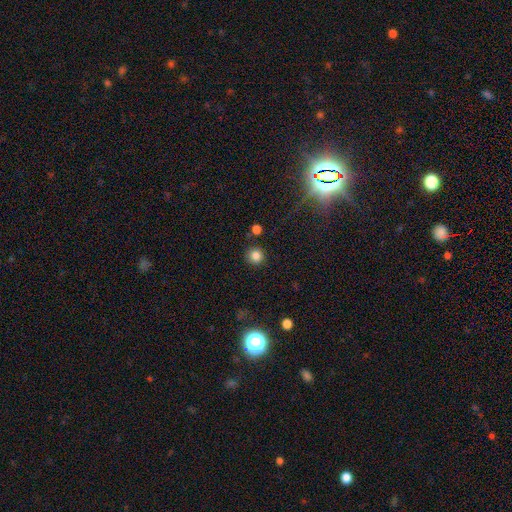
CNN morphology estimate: Smooth or featured?
  - smooth: 83% *
  - star or artifact: 13%
  - featured or disk: 4%
How rounded?
  - round: 93% *
  - in between: 6%
  - cigar-shaped: 1%
Merging?
  - none: 86% *
  - minor disturbance: 8%
  - merger: 4%
  - major disturbance: 3%